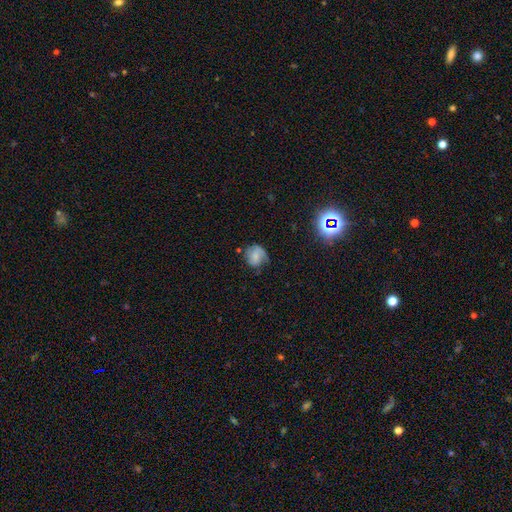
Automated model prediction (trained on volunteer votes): A smooth galaxy with no disk features (55%) that is round (73%).

Vote fractions:
- Smooth or featured? smooth: 55% / featured or disk: 34% / star or artifact: 11%
- How rounded? round: 73% / in between: 26% / cigar-shaped: 1%
- Merging? none: 53% / minor disturbance: 31% / major disturbance: 14% / merger: 3%